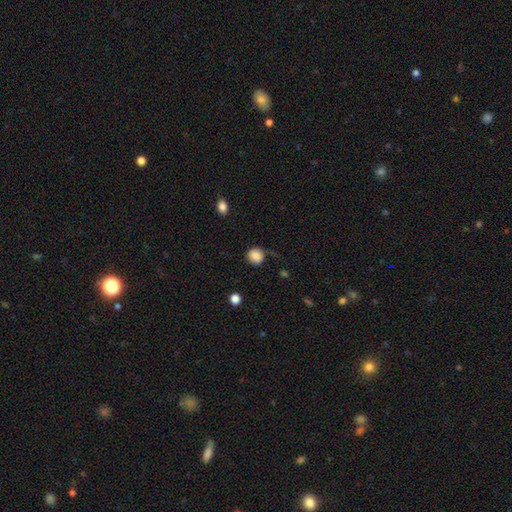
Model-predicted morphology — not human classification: smooth-or-featured: smooth: 86% | star or artifact: 9% | featured or disk: 5%
  how-rounded: round: 82% | in between: 17% | cigar-shaped: 1%
  merging: none: 73% | minor disturbance: 19% | major disturbance: 6% | merger: 2%